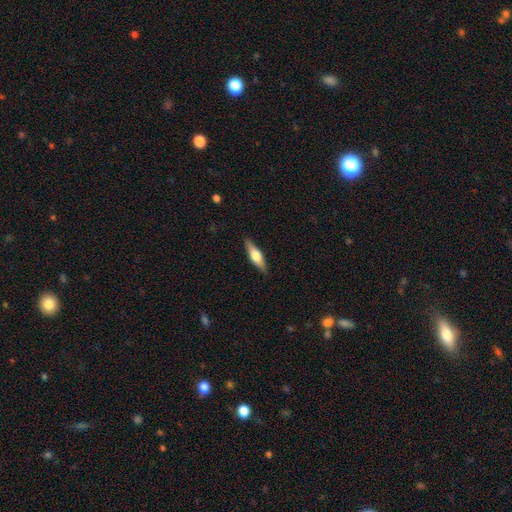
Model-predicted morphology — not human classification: smooth_or_featured: featured or disk (p=0.49) [alt: smooth p=0.46]
merging: none (p=0.89) [alt: minor disturbance p=0.08]